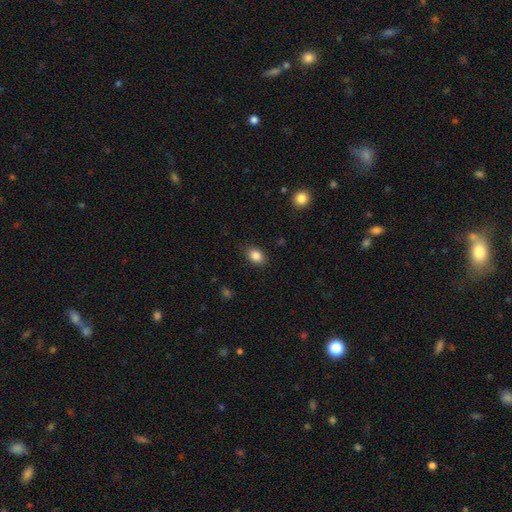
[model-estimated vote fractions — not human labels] Smooth or featured?
  - smooth: 86% *
  - star or artifact: 9%
  - featured or disk: 5%
How rounded?
  - in between: 74% *
  - round: 25%
  - cigar-shaped: 1%
Merging?
  - none: 86% *
  - minor disturbance: 10%
  - major disturbance: 3%
  - merger: 1%